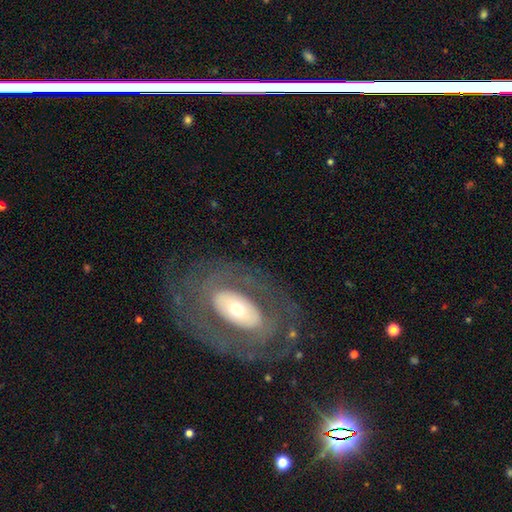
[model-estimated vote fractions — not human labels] Smooth or featured?
  - featured or disk: 66% *
  - smooth: 24%
  - star or artifact: 10%
Edge-on disk?
  - no: 91% *
  - yes: 9%
Bar?
  - no: 62% *
  - weak: 19%
  - strong: 19%
Spiral arms?
  - no: 63% *
  - yes: 37%
Bulge size?
  - moderate: 48% *
  - small: 36%
  - large: 12%
  - dominant: 3%
  - none: 1%
Merging?
  - none: 78% *
  - minor disturbance: 11%
  - major disturbance: 10%
  - merger: 1%